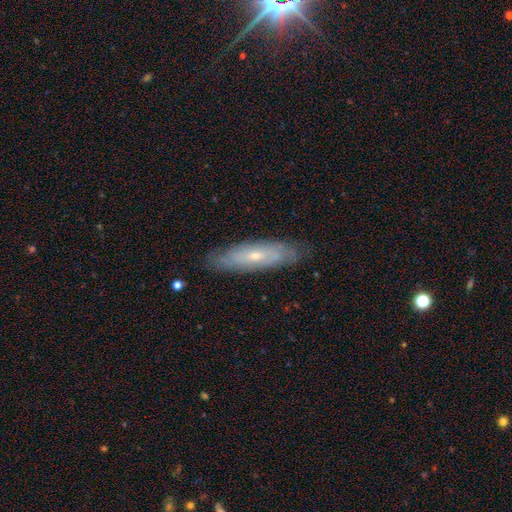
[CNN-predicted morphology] The model was most divided on "edge-on disk": no: 61%, yes: 39%. More confident: merging — none (82%); smooth or featured — featured or disk (61%).